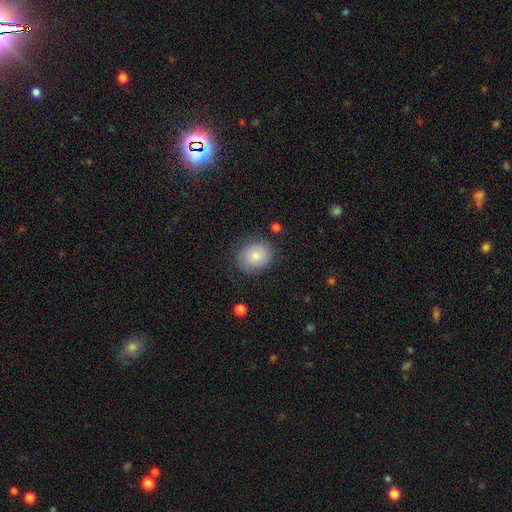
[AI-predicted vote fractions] Morphology: type=smooth (76%); roundness=round (67%); merging=none (78%).